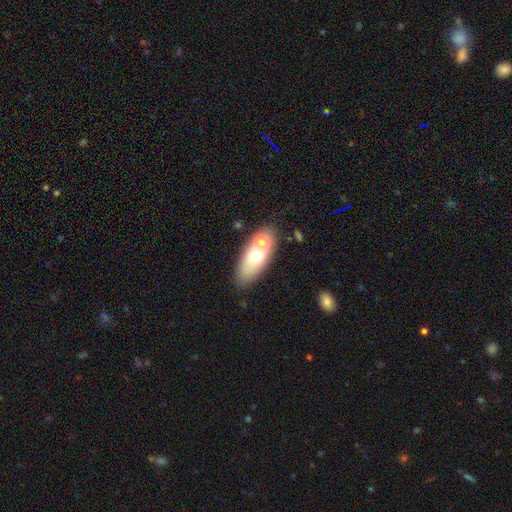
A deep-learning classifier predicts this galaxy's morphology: The model was most divided on "merging": merger: 44%, none: 41%, minor disturbance: 10%, major disturbance: 4%. More confident: how rounded — in between (81%); smooth or featured — smooth (61%).